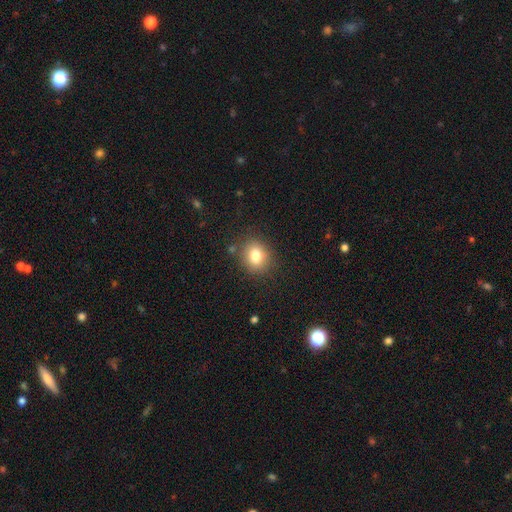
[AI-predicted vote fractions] Smooth or featured? Predicted: smooth (p=0.80). How rounded? Predicted: round (p=0.64). Merging? Predicted: none (p=0.84).